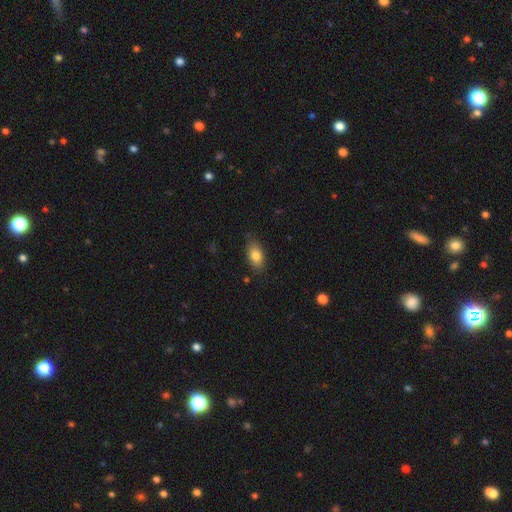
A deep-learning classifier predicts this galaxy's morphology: Smooth or featured? smooth (80%)
How rounded? in between (89%)
Merging? none (82%)